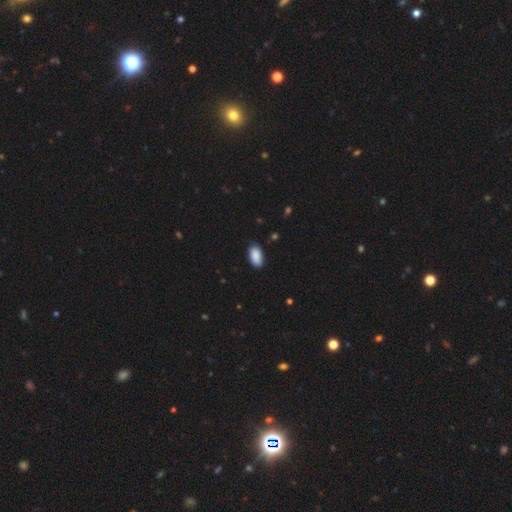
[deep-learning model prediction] smooth-or-featured: smooth: 89% | star or artifact: 6% | featured or disk: 4%
  how-rounded: in between: 94% | round: 3% | cigar-shaped: 2%
  merging: none: 81% | minor disturbance: 15% | major disturbance: 2% | merger: 1%